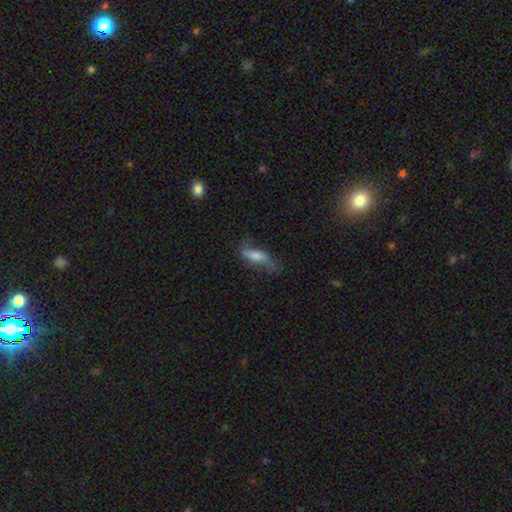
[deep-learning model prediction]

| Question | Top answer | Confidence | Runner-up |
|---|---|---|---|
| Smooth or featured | smooth | 50% | featured or disk (41%) |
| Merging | none | 48% | minor disturbance (29%) |